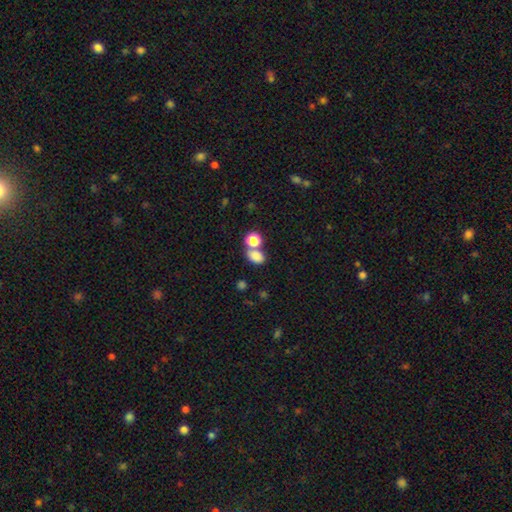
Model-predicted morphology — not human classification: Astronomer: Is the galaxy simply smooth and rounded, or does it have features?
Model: smooth — 81%.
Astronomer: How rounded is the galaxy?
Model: in between — 72%.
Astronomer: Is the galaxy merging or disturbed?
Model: none — 48% (runner-up: merger, 36%).